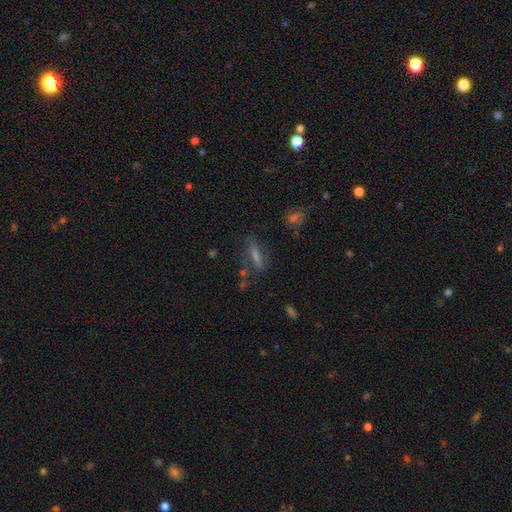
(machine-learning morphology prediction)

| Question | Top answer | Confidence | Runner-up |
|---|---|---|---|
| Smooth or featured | smooth | 60% | featured or disk (25%) |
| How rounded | cigar-shaped | 72% | in between (25%) |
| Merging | none | 61% | minor disturbance (20%) |